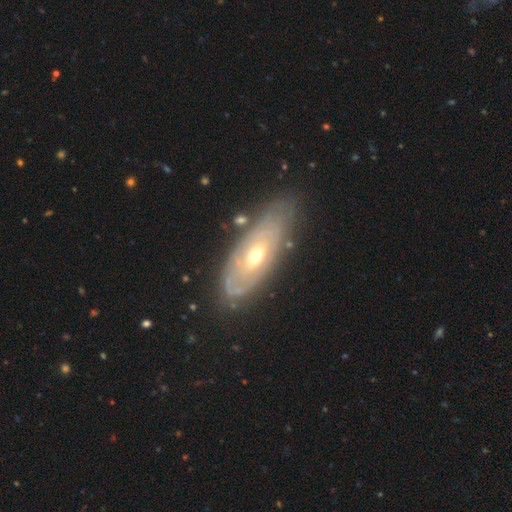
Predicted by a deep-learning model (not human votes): smooth-or-featured: featured or disk: 71% | smooth: 22% | star or artifact: 6%
  disk-edge-on: no: 82% | yes: 18%
    bar: no: 80% | weak: 16% | strong: 4%
    has-spiral-arms: yes: 53% | no: 47%
    bulge-size: moderate: 59% | small: 37% | large: 3% | dominant: 1% | none: 1%
  merging: none: 78% | minor disturbance: 15% | major disturbance: 5% | merger: 2%